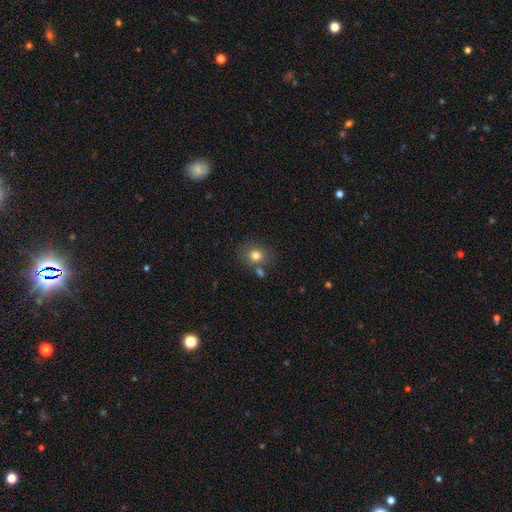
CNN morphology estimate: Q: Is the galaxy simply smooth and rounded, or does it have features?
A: smooth — 79%.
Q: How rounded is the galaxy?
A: round — 62%.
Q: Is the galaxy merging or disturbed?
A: none — 68%.